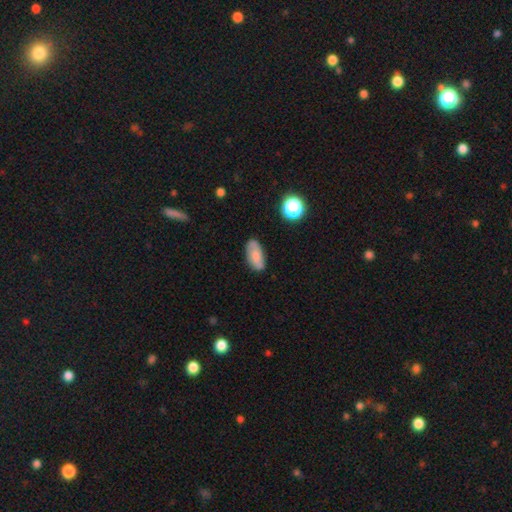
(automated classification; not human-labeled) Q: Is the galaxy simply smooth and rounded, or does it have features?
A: smooth — 63%.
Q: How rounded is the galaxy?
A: in between — 89%.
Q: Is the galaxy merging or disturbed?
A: none — 76%.